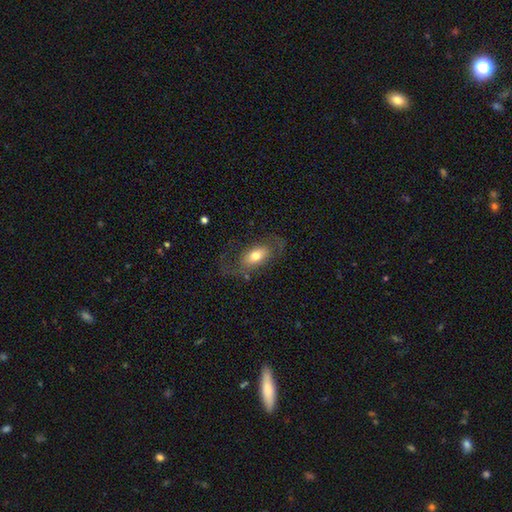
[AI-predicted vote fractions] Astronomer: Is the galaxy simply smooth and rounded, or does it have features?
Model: smooth — 52% (runner-up: featured or disk, 41%).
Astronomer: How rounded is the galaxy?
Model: in between — 86%.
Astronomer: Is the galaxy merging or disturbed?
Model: none — 60%.